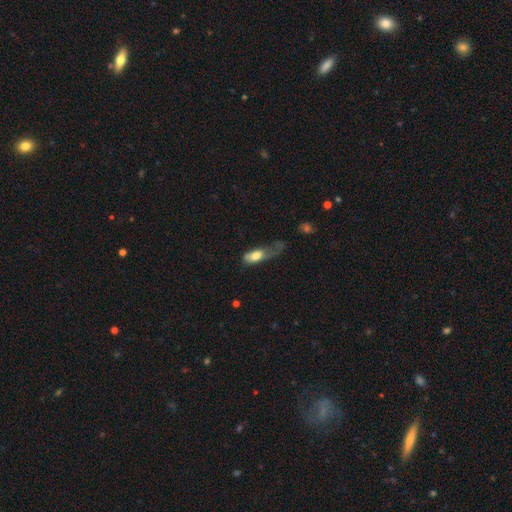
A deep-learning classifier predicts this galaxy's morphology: Smooth or featured? Predicted: smooth (p=0.69). How rounded? Predicted: in between (p=0.76). Merging? Predicted: major disturbance (p=0.54).